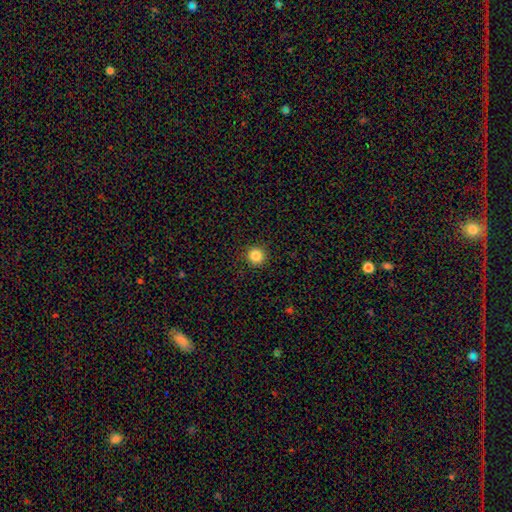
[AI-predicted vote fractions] Smooth or featured: smooth — 85% (star or artifact — 11%)
How rounded: round — 95% (in between — 4%)
Merging: none — 93% (minor disturbance — 5%)